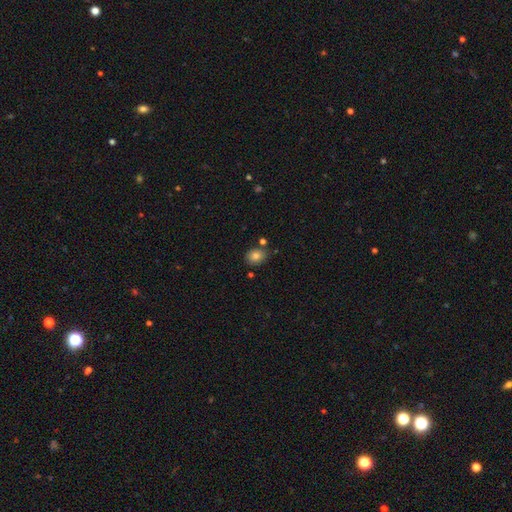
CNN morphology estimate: Smooth or featured: smooth — 82% (star or artifact — 11%)
How rounded: in between — 51% (round — 48%)
Merging: none — 78% (minor disturbance — 12%)